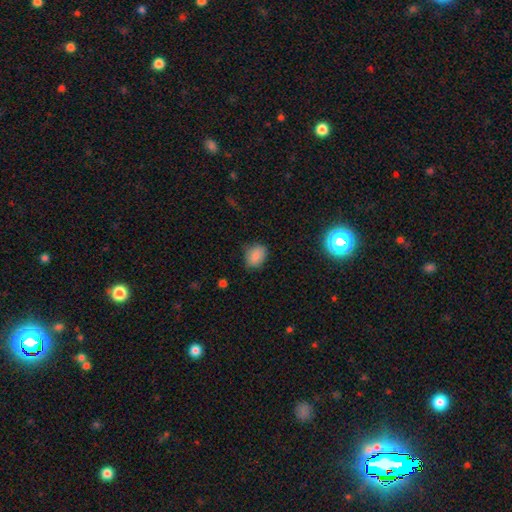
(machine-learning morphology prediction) Smooth or featured: smooth — 85% (star or artifact — 10%)
How rounded: in between — 61% (round — 38%)
Merging: none — 74% (minor disturbance — 20%)